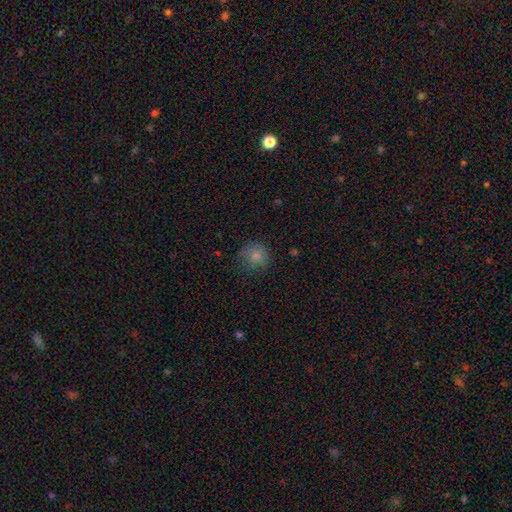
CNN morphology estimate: Smooth or featured? Predicted: smooth (p=0.79). How rounded? Predicted: round (p=0.87). Merging? Predicted: none (p=0.66).